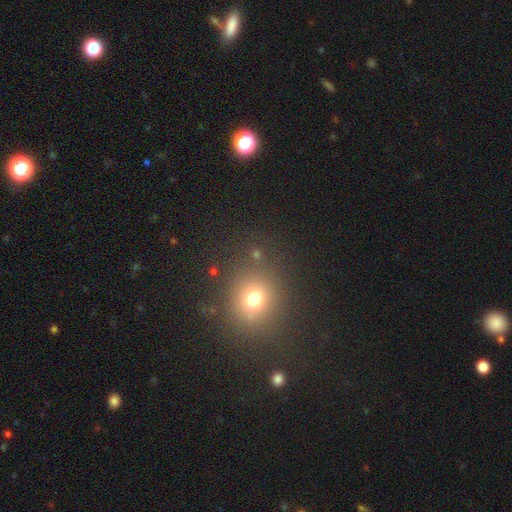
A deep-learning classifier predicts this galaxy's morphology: Q: Smooth or featured?
A: smooth (64%); runner-up: star or artifact (28%)
Q: How rounded?
A: round (84%); runner-up: in between (15%)
Q: Merging?
A: none (83%); runner-up: minor disturbance (9%)